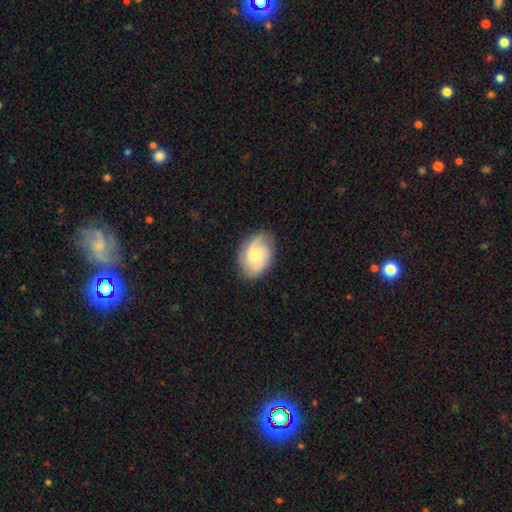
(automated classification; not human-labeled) The model was most divided on "spiral winding": medium: 42%, tight: 41%, loose: 18%. Remaining: edge-on disk — no (97%); spiral arms — yes (90%); merging — none (77%); bar — no (70%); smooth or featured — featured or disk (60%); bulge size — small (48%); spiral arm count — 2 (42%).